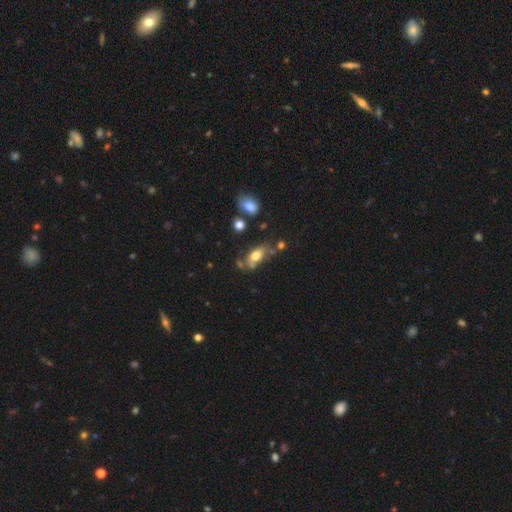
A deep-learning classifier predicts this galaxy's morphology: Smooth or featured: smooth — 69% (featured or disk — 22%)
How rounded: in between — 85% (cigar-shaped — 8%)
Merging: none — 50% (minor disturbance — 23%)